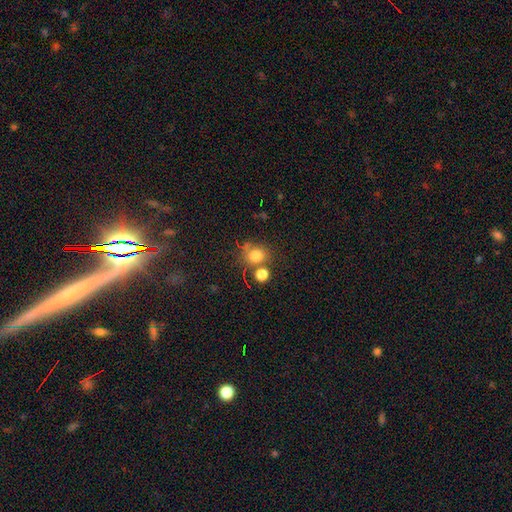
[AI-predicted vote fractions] Q: Smooth or featured?
A: smooth (77%); runner-up: star or artifact (14%)
Q: How rounded?
A: round (77%); runner-up: in between (22%)
Q: Merging?
A: none (60%); runner-up: merger (21%)